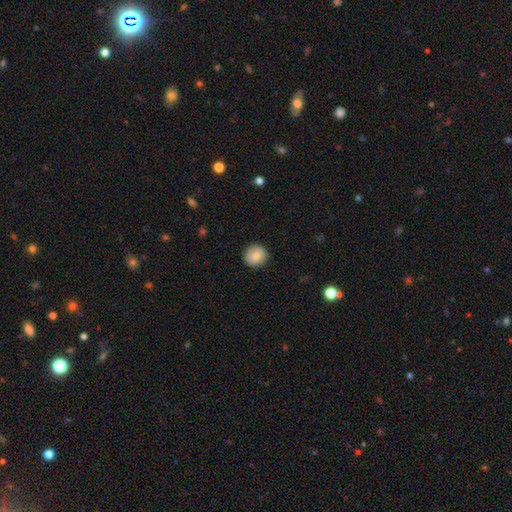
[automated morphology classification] smooth_or_featured: smooth (p=0.83) [alt: featured or disk p=0.09]
how_rounded: round (p=0.92) [alt: in between p=0.07]
merging: none (p=0.88) [alt: minor disturbance p=0.09]